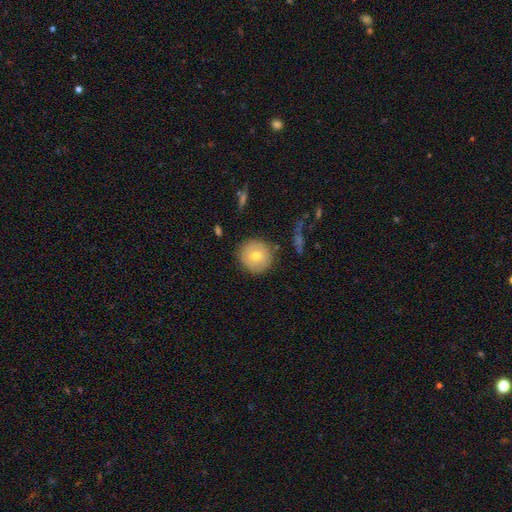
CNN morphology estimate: Q: Smooth or featured?
A: smooth (68%); runner-up: featured or disk (23%)
Q: How rounded?
A: round (93%); runner-up: in between (6%)
Q: Merging?
A: none (87%); runner-up: minor disturbance (9%)